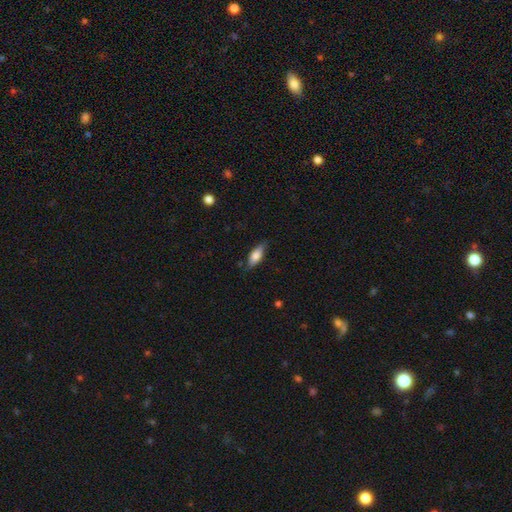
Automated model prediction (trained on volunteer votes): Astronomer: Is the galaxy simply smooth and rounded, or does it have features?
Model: smooth — 72%.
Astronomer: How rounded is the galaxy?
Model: in between — 71%.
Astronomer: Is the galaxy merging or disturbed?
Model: none — 79%.